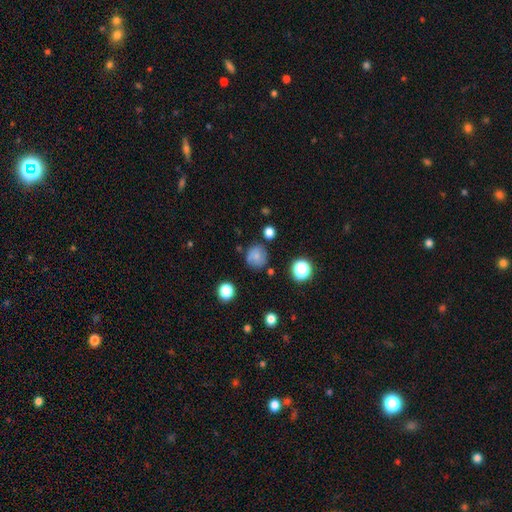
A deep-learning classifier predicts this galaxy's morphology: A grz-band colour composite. It shows a smooth galaxy with no disk features (68%) that is round (87%). Merging: none (74%).